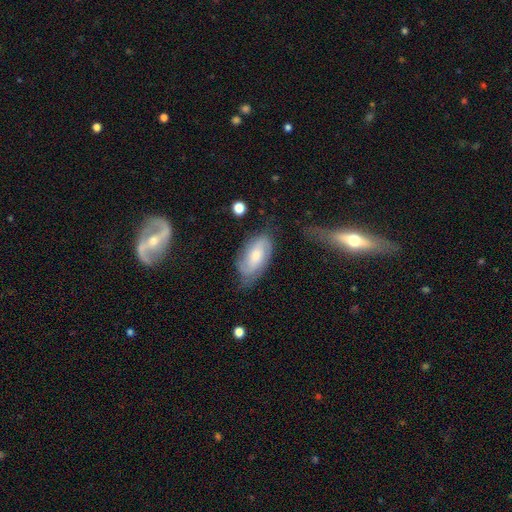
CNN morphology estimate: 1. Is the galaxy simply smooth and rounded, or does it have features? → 55% featured or disk, 38% smooth, 7% star or artifact.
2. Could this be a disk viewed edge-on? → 92% no, 8% yes.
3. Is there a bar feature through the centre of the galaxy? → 57% no, 34% weak, 9% strong.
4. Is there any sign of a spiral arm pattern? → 85% yes, 15% no.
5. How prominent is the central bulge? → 53% moderate, 39% small, 5% large, 2% none, 1% dominant.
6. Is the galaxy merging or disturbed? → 64% none, 25% minor disturbance, 8% major disturbance, 3% merger.